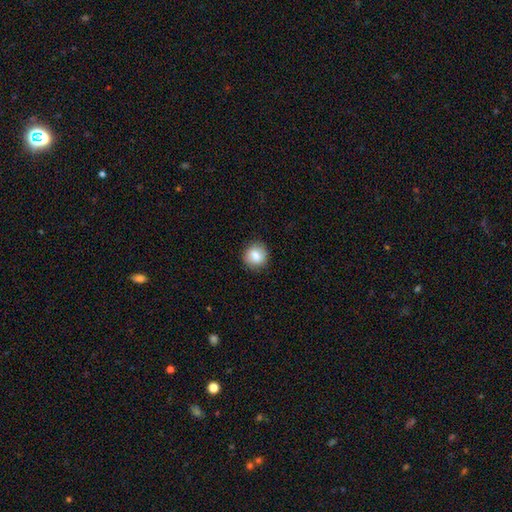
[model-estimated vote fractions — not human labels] smooth 81%, featured or disk 11%, star or artifact 9%. Down the decision tree: how rounded — round (87%); merging — none (88%).